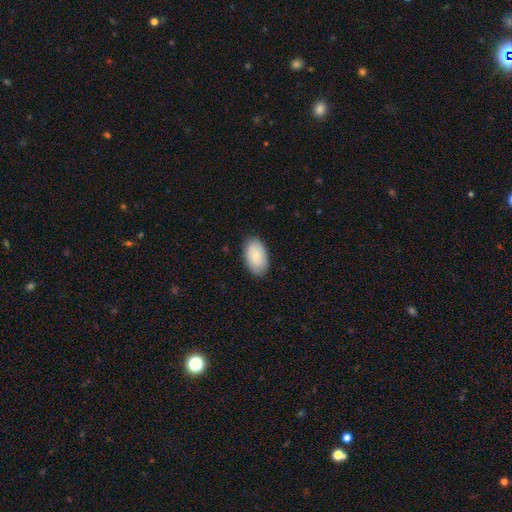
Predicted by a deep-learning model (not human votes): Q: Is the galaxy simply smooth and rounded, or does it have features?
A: smooth — 84%.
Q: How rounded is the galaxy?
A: in between — 94%.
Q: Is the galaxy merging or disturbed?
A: none — 86%.